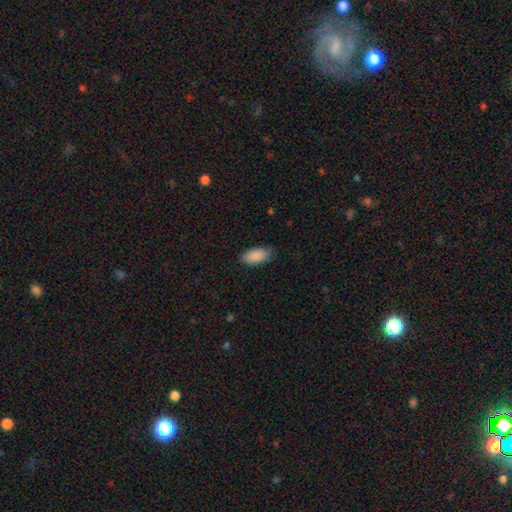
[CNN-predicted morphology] The model was most divided on "merging": none: 82%, minor disturbance: 14%, major disturbance: 3%, merger: 1%. More confident: how rounded — in between (93%); smooth or featured — smooth (90%).